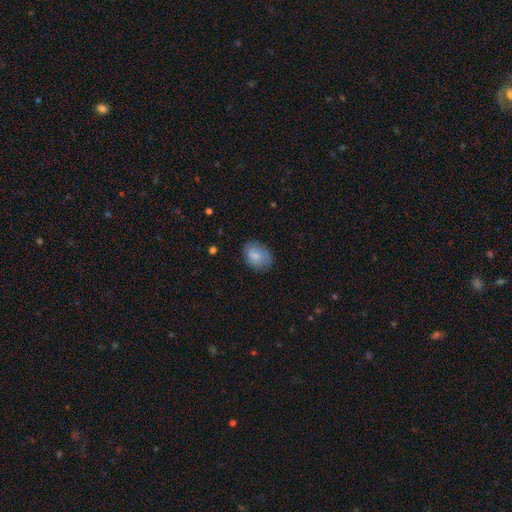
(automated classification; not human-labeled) Smooth or featured? smooth (79%)
How rounded? in between (75%)
Merging? none (77%)